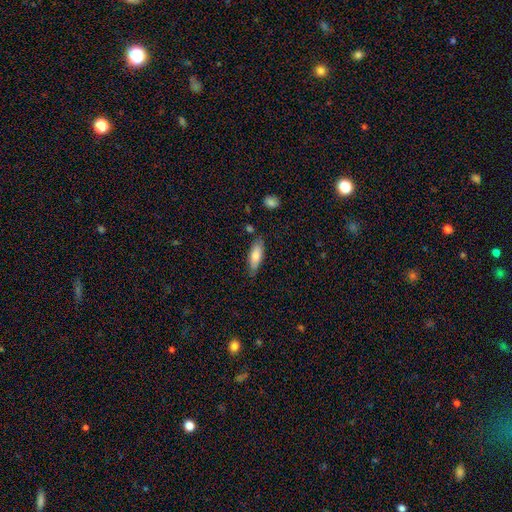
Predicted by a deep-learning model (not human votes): The model was most divided on "how rounded": in between: 60%, cigar-shaped: 38%, round: 2%. More confident: merging — none (76%); smooth or featured — smooth (76%).